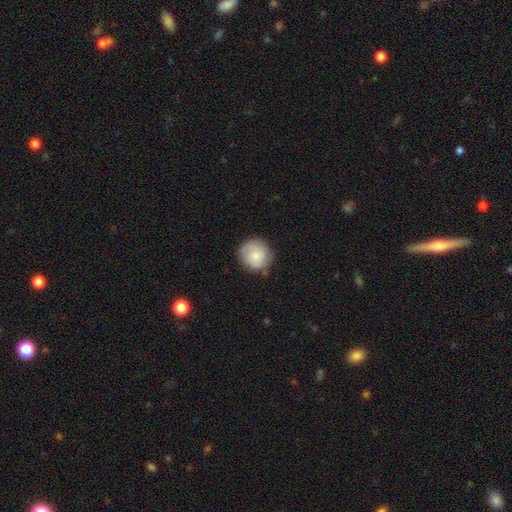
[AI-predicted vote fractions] This is likely a smooth galaxy (79%). How rounded: clearly round (91%). Merging: likely none (76%).